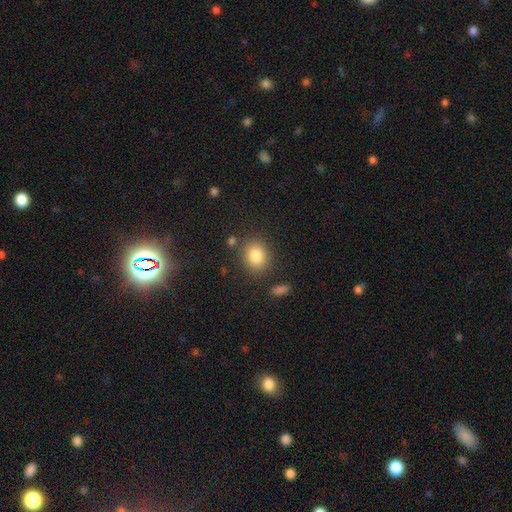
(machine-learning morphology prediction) A smooth galaxy with no disk features (83%) that is round (65%).

Vote fractions:
- Smooth or featured? smooth: 83% / star or artifact: 10% / featured or disk: 7%
- How rounded? round: 65% / in between: 34% / cigar-shaped: 1%
- Merging? none: 81% / minor disturbance: 10% / merger: 5% / major disturbance: 4%